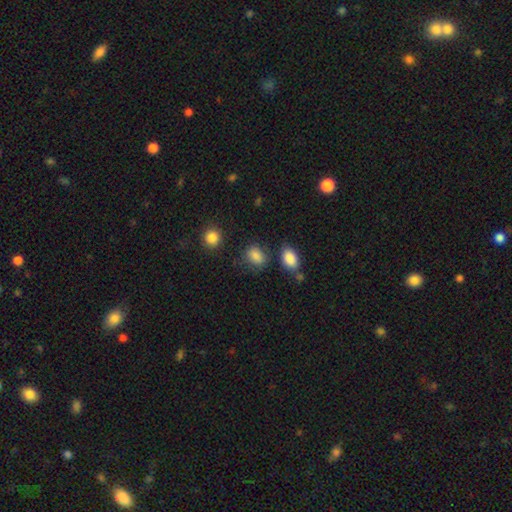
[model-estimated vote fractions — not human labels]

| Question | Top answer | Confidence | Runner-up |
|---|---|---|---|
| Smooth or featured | smooth | 85% | star or artifact (10%) |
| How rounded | in between | 63% | round (36%) |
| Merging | none | 67% | minor disturbance (19%) |